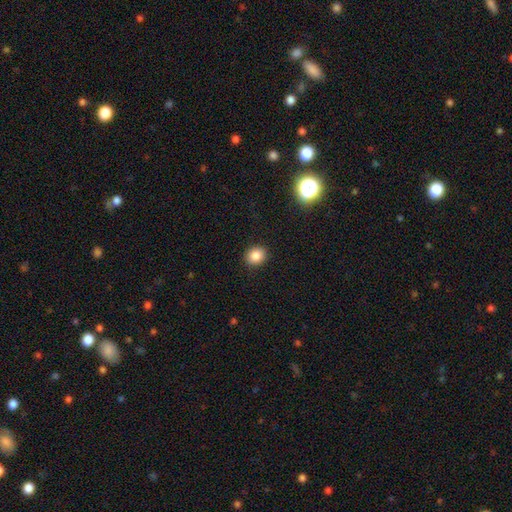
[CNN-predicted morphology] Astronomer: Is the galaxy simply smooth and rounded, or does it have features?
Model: smooth — 85%.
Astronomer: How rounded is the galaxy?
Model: round — 69%.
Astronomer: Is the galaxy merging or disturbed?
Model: none — 90%.